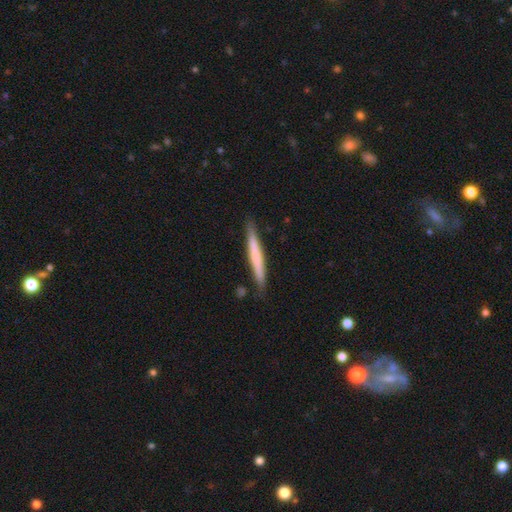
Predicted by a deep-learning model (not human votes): smooth_or_featured: smooth (p=0.58) [alt: featured or disk p=0.37]
how_rounded: cigar-shaped (p=0.96) [alt: in between p=0.02]
merging: none (p=0.87) [alt: minor disturbance p=0.10]